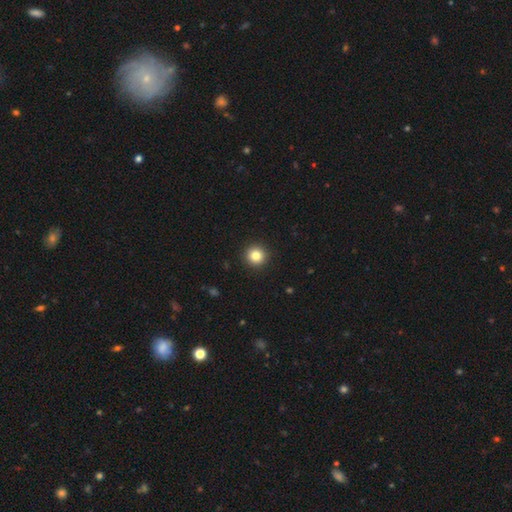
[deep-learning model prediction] Overall: smooth (83%). How rounded: round (95%). Merging: none (93%).